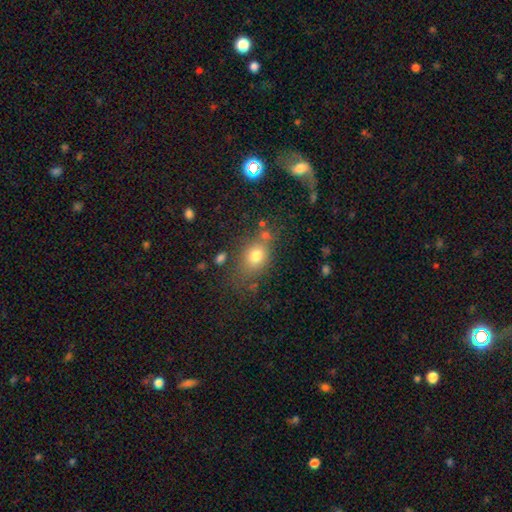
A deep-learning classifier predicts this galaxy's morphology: smooth 76%, star or artifact 13%, featured or disk 11%. Down the decision tree: how rounded — in between (59%); merging — none (64%).